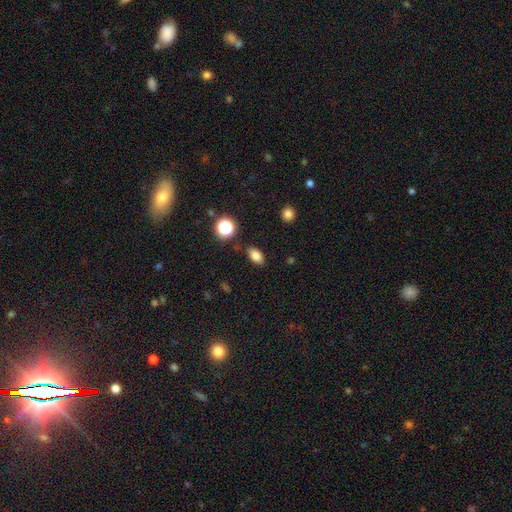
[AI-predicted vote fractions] smooth-or-featured: smooth: 82% | star or artifact: 12% | featured or disk: 6%
  how-rounded: in between: 86% | round: 11% | cigar-shaped: 2%
  merging: none: 85% | minor disturbance: 10% | major disturbance: 3% | merger: 2%